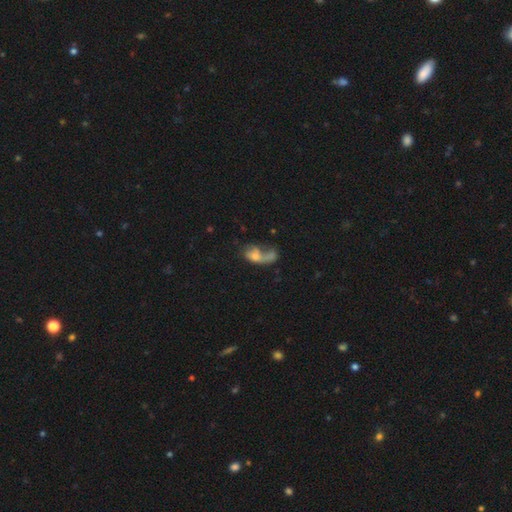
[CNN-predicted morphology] Overall: smooth (50%; featured or disk 38%). Merging: merger (42%; major disturbance 28%).